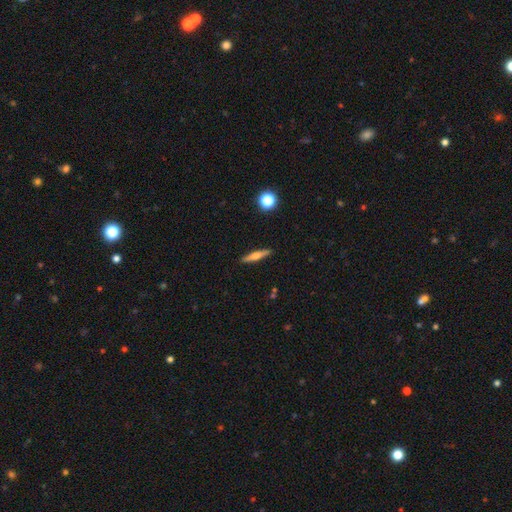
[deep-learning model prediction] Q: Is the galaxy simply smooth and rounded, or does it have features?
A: smooth — 47%.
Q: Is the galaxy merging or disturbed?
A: none — 90%.